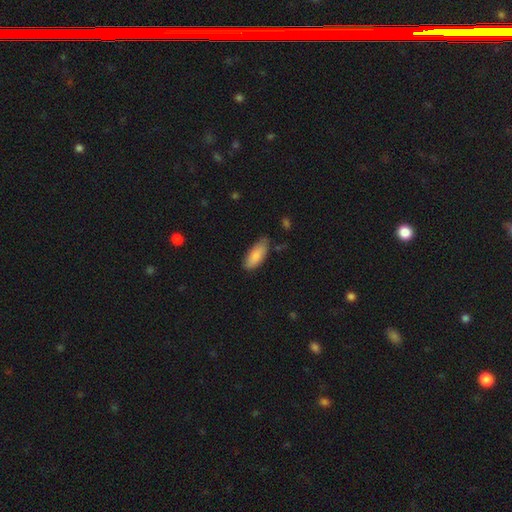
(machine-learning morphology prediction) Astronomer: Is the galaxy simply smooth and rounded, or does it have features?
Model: smooth — 86%.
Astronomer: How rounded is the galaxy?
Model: in between — 82%.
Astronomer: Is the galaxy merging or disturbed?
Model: none — 71%.